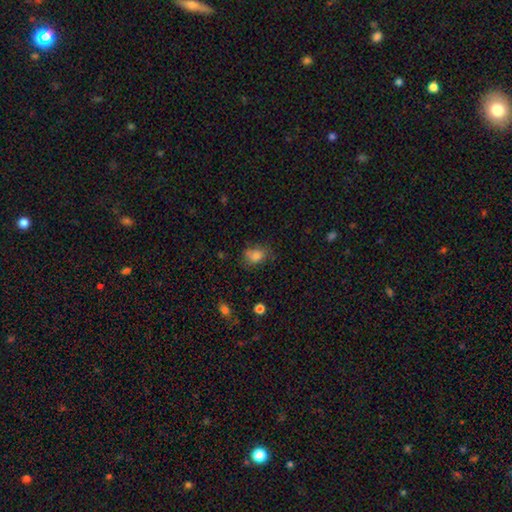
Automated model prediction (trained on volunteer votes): Morphology: type=smooth (79%); roundness=in between (64%); merging=none (56%).